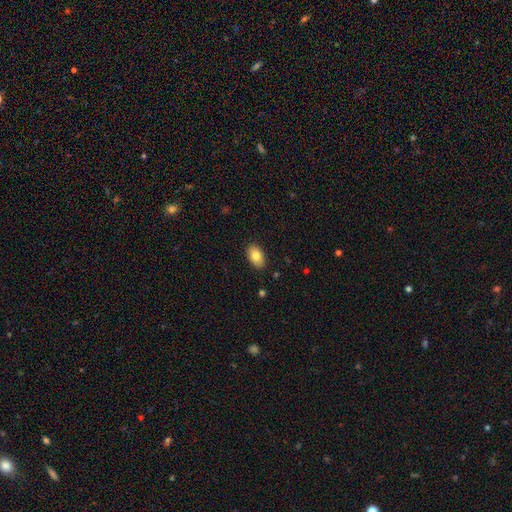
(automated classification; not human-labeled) This appears to be a smooth galaxy with no disk features (83%) that is in between round and cigar-shaped (92%). Merging: none (88%).